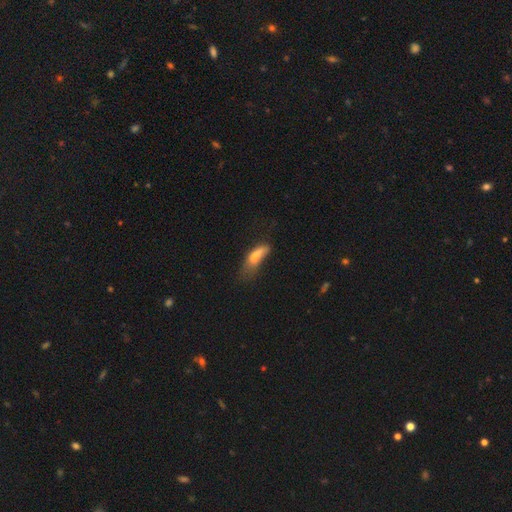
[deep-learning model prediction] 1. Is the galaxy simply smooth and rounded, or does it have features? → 69% smooth, 22% featured or disk, 9% star or artifact.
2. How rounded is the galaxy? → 61% in between, 36% cigar-shaped, 3% round.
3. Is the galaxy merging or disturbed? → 38% major disturbance, 30% minor disturbance, 24% none, 8% merger.